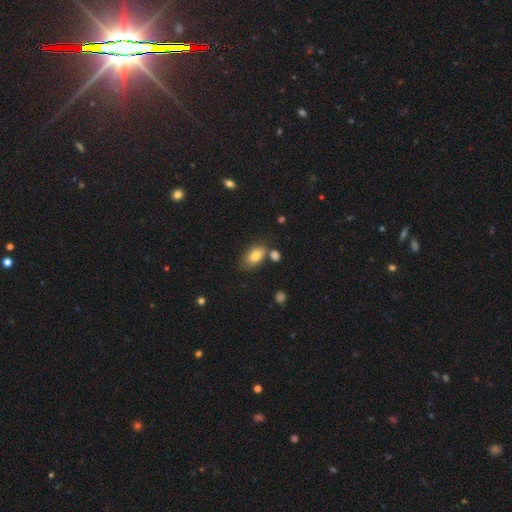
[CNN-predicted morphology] Overall: smooth (79%). How rounded: in between (90%). Merging: none (65%).